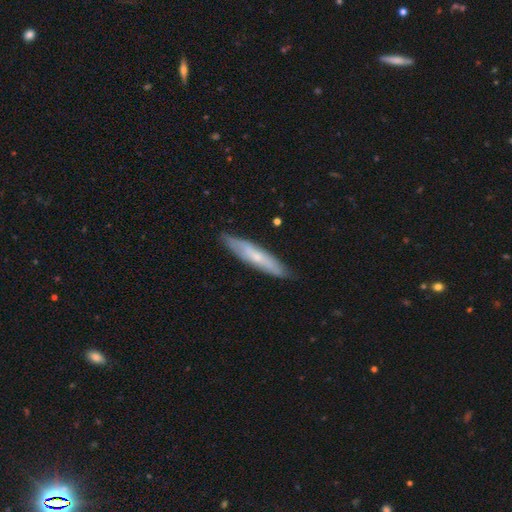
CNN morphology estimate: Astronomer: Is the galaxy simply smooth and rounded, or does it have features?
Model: featured or disk — 48% (runner-up: smooth, 46%).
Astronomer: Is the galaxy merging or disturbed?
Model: none — 86%.